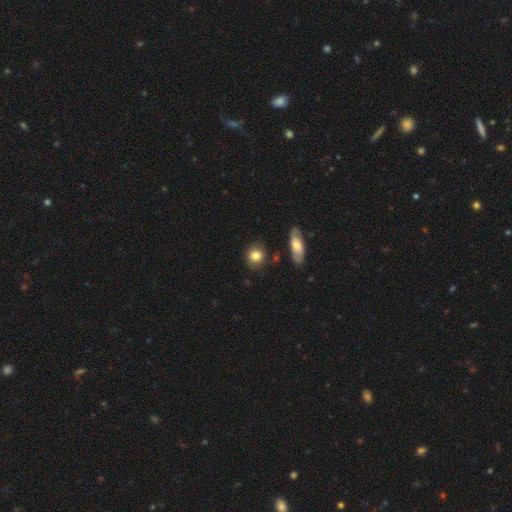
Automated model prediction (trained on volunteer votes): Smooth or featured? Predicted: smooth (p=0.82). How rounded? Predicted: round (p=0.75). Merging? Predicted: none (p=0.80).